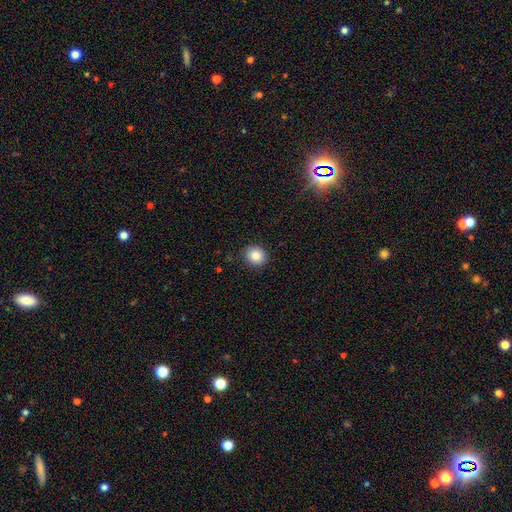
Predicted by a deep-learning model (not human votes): smooth_or_featured: smooth (p=0.86) [alt: star or artifact p=0.09]
how_rounded: round (p=0.84) [alt: in between p=0.15]
merging: none (p=0.89) [alt: minor disturbance p=0.08]